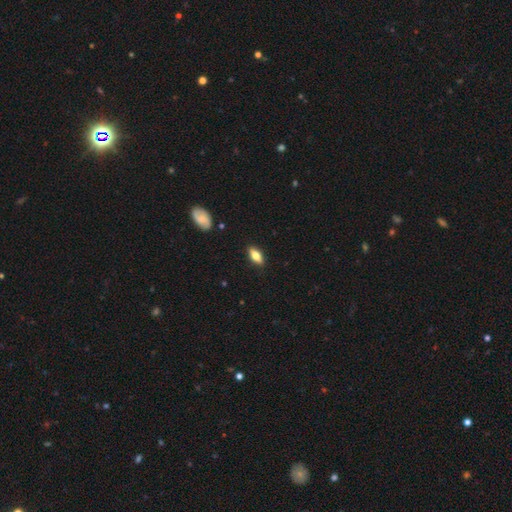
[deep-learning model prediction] A smooth galaxy with no disk features (69%) that is in between round and cigar-shaped (80%).

Vote fractions:
- Smooth or featured? smooth: 69% / featured or disk: 24% / star or artifact: 7%
- How rounded? in between: 80% / cigar-shaped: 16% / round: 3%
- Merging? none: 87% / minor disturbance: 9% / major disturbance: 2% / merger: 1%